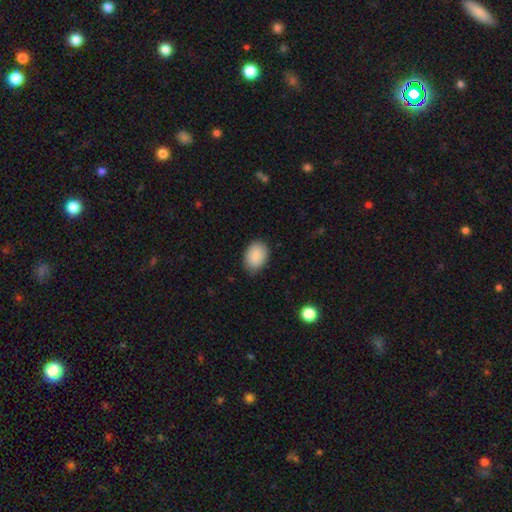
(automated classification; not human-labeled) Overall: smooth (87%). How rounded: in between (79%). Merging: none (81%).